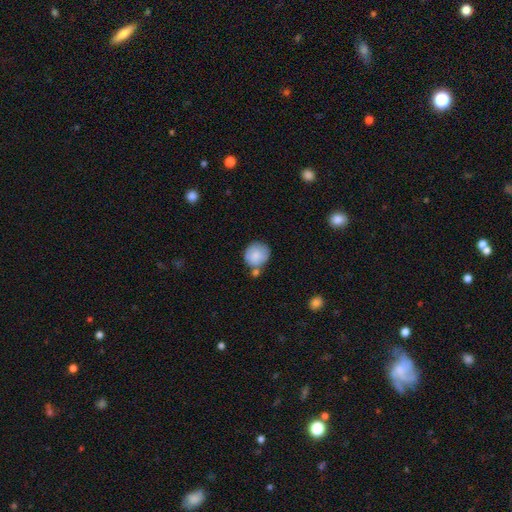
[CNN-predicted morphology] The model was most divided on "merging": none: 58%, minor disturbance: 19%, merger: 19%, major disturbance: 5%. More confident: how rounded — round (85%); smooth or featured — smooth (83%).